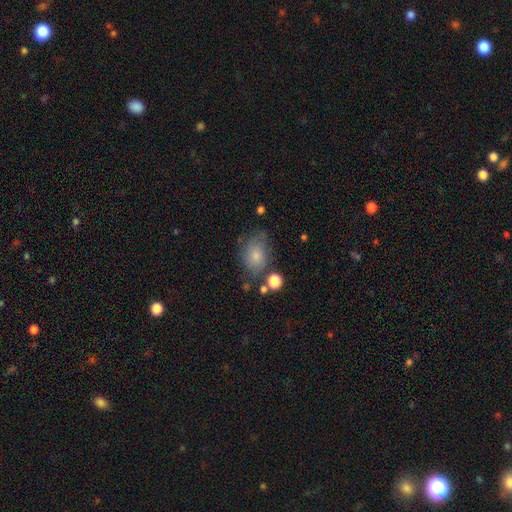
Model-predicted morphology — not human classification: Smooth or featured? smooth (75%)
How rounded? in between (76%)
Merging? none (60%)